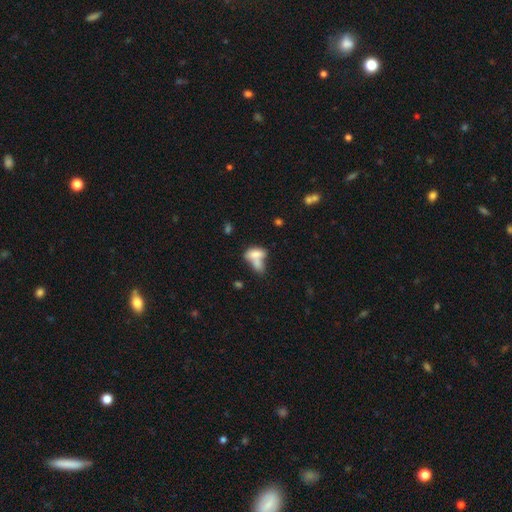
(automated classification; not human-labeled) Smooth or featured?
  - smooth: 71% *
  - featured or disk: 20%
  - star or artifact: 9%
How rounded?
  - in between: 83% *
  - cigar-shaped: 9%
  - round: 8%
Merging?
  - merger: 60% *
  - none: 21%
  - minor disturbance: 10%
  - major disturbance: 9%